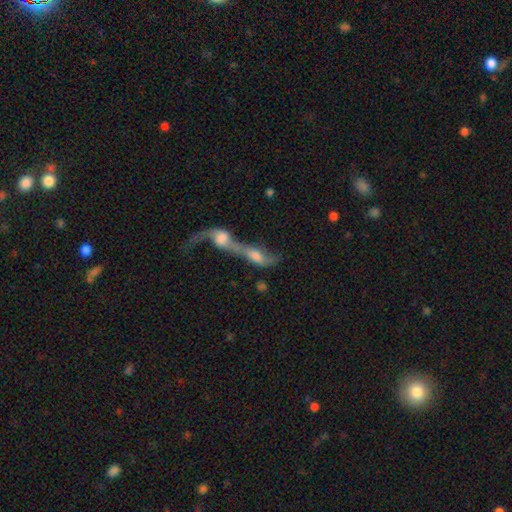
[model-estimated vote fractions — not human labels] Smooth or featured? Predicted: featured or disk (p=0.51). Edge-on disk? Predicted: no (p=0.81). Merging? Predicted: merger (p=0.85).